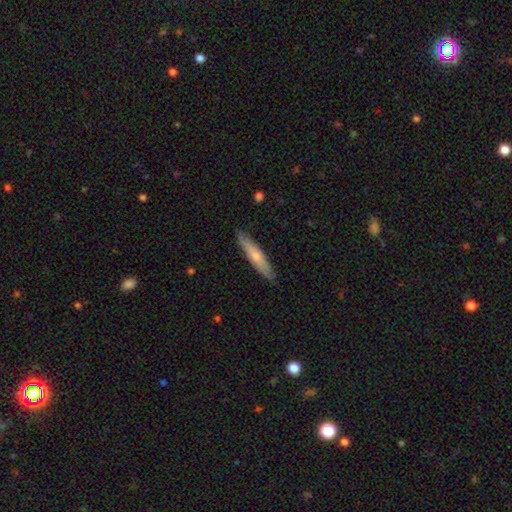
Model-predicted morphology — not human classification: Q: Smooth or featured?
A: smooth (62%); runner-up: featured or disk (33%)
Q: How rounded?
A: cigar-shaped (88%); runner-up: in between (10%)
Q: Merging?
A: none (88%); runner-up: minor disturbance (9%)